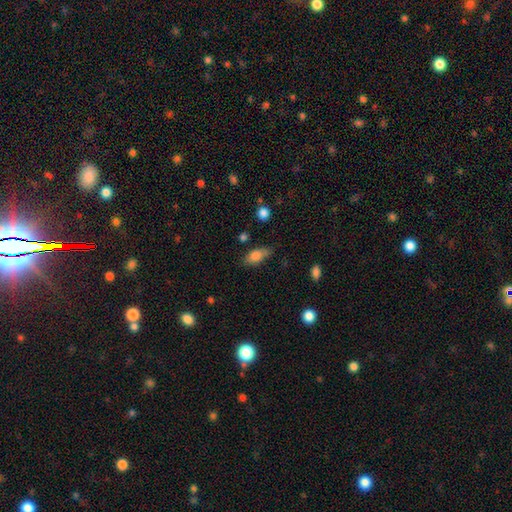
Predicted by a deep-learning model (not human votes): smooth_or_featured: smooth (p=0.80) [alt: featured or disk p=0.13]
how_rounded: in between (p=0.82) [alt: cigar-shaped p=0.14]
merging: none (p=0.67) [alt: minor disturbance p=0.25]